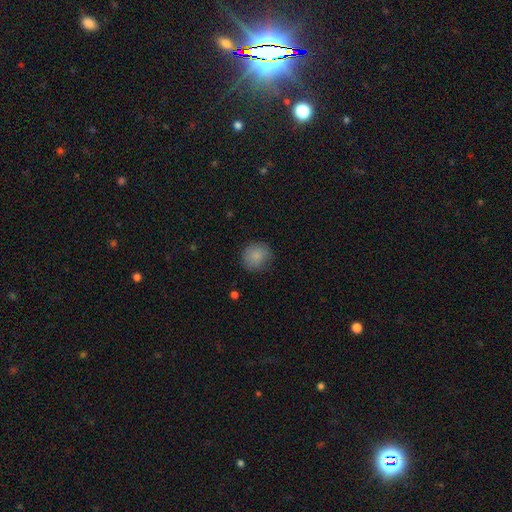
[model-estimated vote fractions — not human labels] Smooth or featured: smooth — 86% (star or artifact — 8%)
How rounded: round — 86% (in between — 13%)
Merging: none — 80% (minor disturbance — 15%)